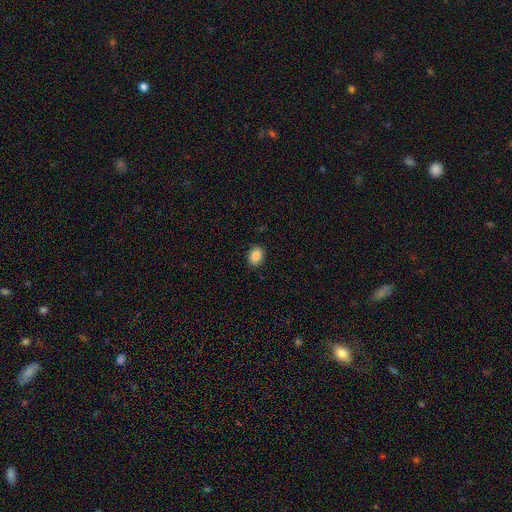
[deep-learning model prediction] smooth_or_featured: smooth (p=0.88) [alt: star or artifact p=0.08]
how_rounded: in between (p=0.68) [alt: round p=0.31]
merging: none (p=0.89) [alt: minor disturbance p=0.08]